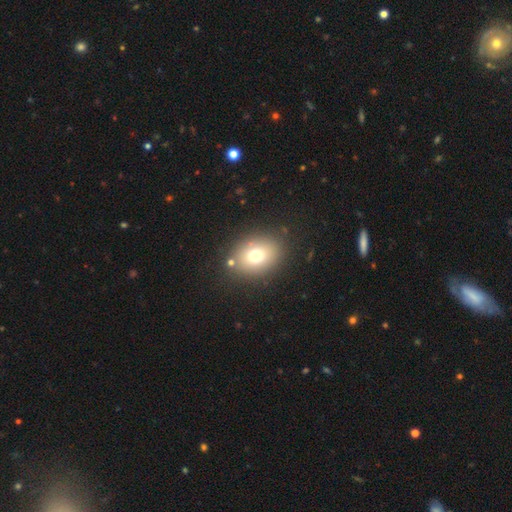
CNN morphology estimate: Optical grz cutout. It shows a smooth galaxy with no disk features (73%) that is in between round and cigar-shaped (56%). Merging: none (82%).